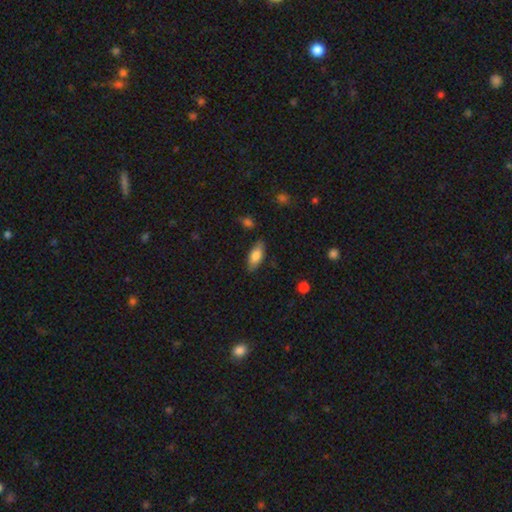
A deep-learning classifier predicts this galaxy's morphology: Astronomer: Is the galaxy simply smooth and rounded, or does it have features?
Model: smooth — 79%.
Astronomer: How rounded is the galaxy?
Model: in between — 82%.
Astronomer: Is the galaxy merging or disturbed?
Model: none — 84%.